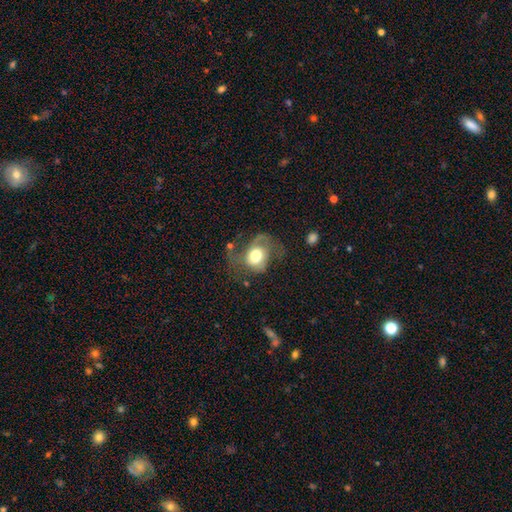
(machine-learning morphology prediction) A smooth galaxy with no disk features (49%). Merging: major disturbance (39%).